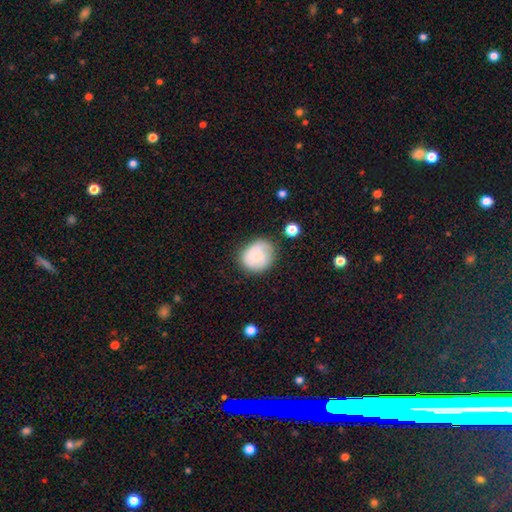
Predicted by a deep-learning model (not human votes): This is likely a smooth galaxy (62%). How rounded: likely round (65%). Merging: likely none (66%).